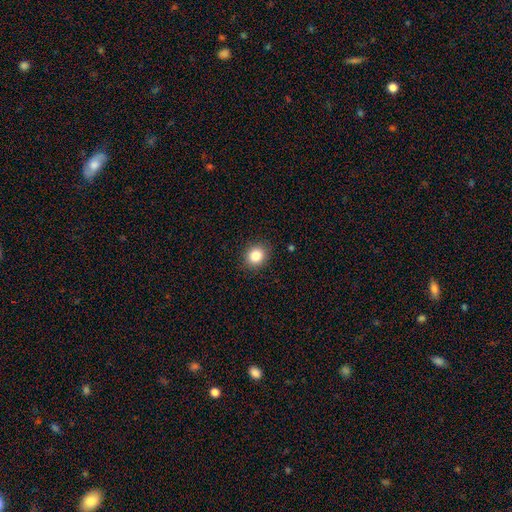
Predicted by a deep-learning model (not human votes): smooth_or_featured: smooth (p=0.84) [alt: star or artifact p=0.10]
how_rounded: round (p=0.68) [alt: in between p=0.31]
merging: none (p=0.89) [alt: minor disturbance p=0.08]